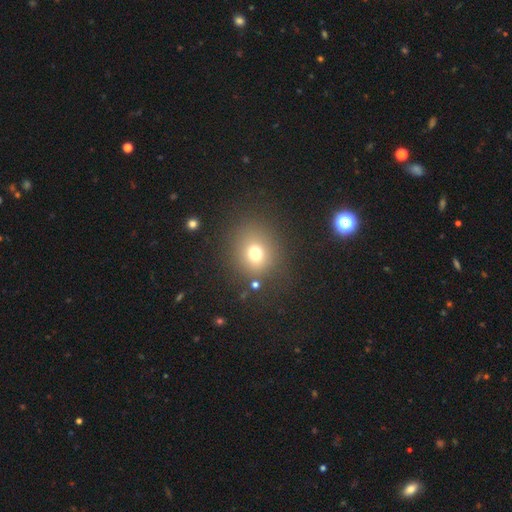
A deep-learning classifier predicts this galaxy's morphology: smooth 72%, star or artifact 18%, featured or disk 10%. Down the decision tree: how rounded — round (77%); merging — none (80%).